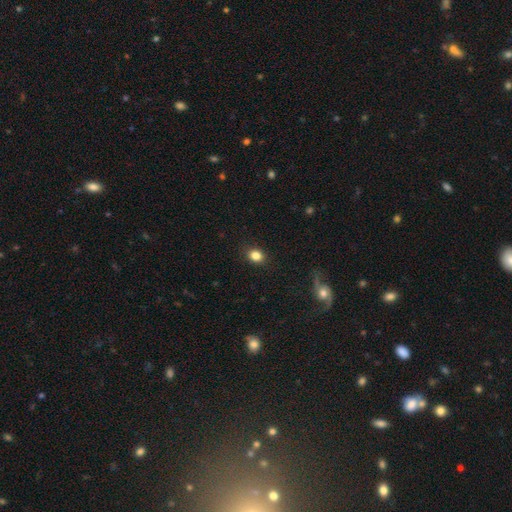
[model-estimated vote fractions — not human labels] Smooth or featured? Predicted: smooth (p=0.84). How rounded? Predicted: round (p=0.64). Merging? Predicted: none (p=0.90).